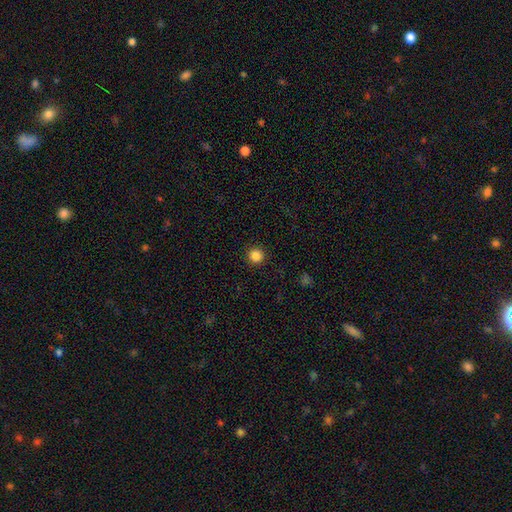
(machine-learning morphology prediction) type=smooth (86%); roundness=round (96%); merging=none (92%).